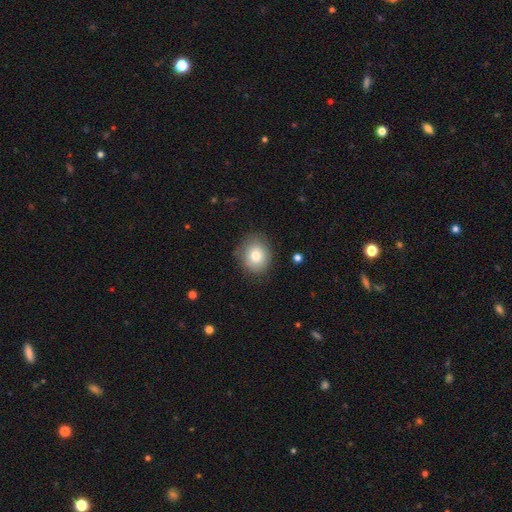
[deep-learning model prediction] Morphology: type=smooth (77%); roundness=round (76%); merging=none (80%).